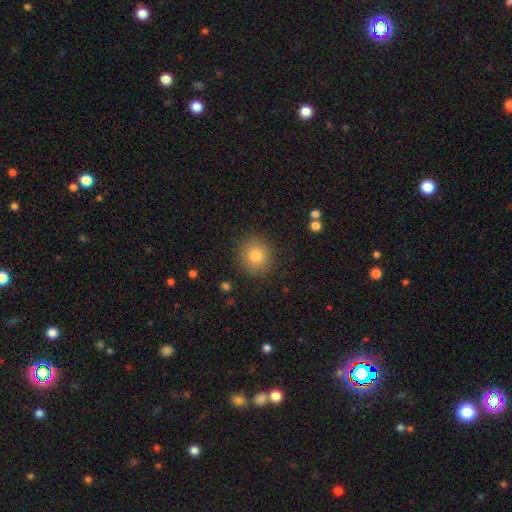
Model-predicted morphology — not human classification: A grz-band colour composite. It shows a smooth galaxy with no disk features (79%) that is round (85%). Merging: none (89%).